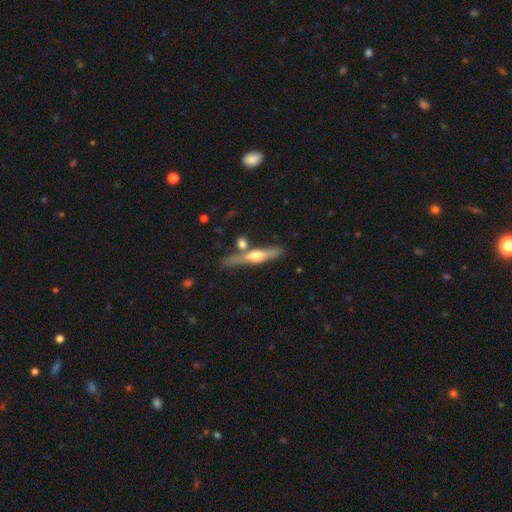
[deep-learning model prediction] featured or disk 58%, smooth 36%, star or artifact 6%. Down the decision tree: edge-on disk — yes (93%); edge-on bulge — rounded (88%); merging — none (69%).